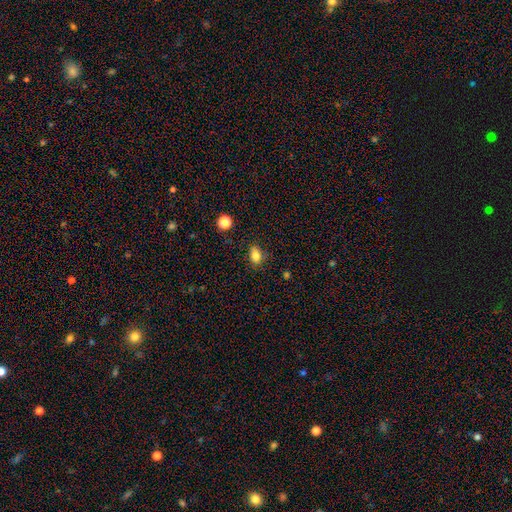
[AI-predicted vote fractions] smooth 82%, star or artifact 11%, featured or disk 7%. Down the decision tree: how rounded — in between (77%); merging — none (78%).